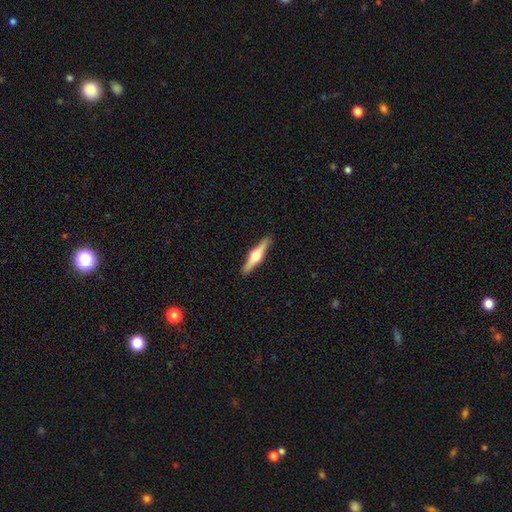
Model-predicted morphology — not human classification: Overall: featured or disk (70%). Edge-on disk: yes (97%). Edge-on bulge: rounded (96%). Merging: none (91%).